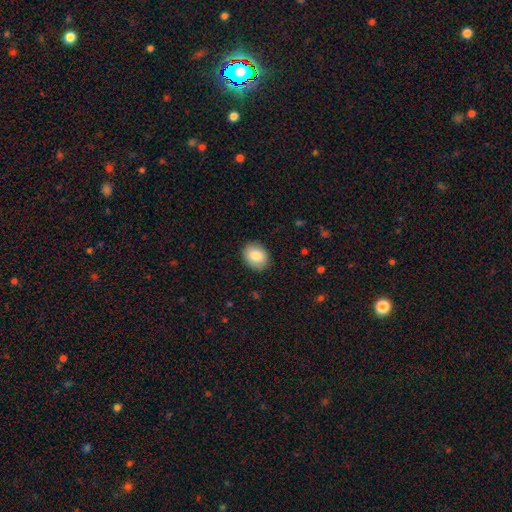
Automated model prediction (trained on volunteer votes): This is clearly a smooth galaxy (84%). How rounded: possibly in between (55%). Merging: clearly none (88%).